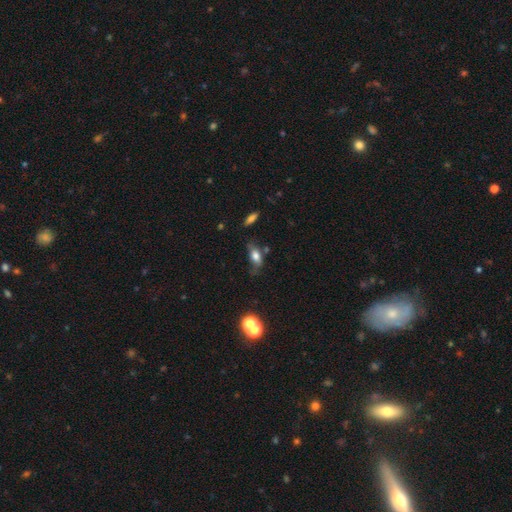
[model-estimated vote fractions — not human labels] Morphology: type=smooth (67%); roundness=in between (81%); merging=none (45%).